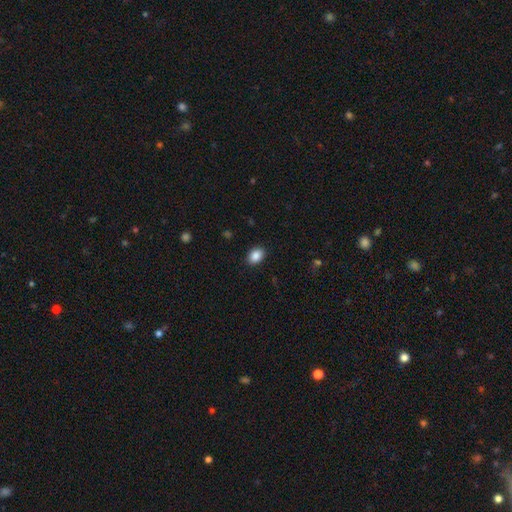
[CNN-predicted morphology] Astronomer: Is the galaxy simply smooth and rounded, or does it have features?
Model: smooth — 88%.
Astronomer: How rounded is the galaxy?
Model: in between — 77%.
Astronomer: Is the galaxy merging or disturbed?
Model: none — 90%.